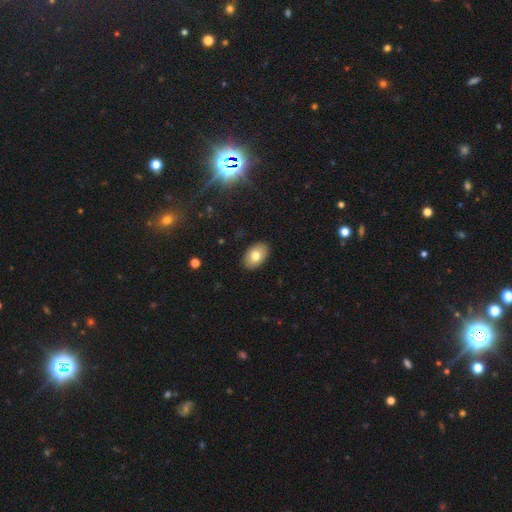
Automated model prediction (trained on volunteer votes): Q: Smooth or featured?
A: smooth (76%); runner-up: featured or disk (16%)
Q: How rounded?
A: in between (90%); runner-up: round (9%)
Q: Merging?
A: none (89%); runner-up: minor disturbance (8%)